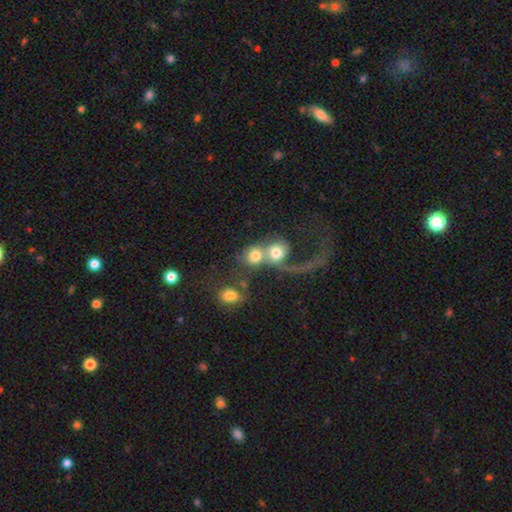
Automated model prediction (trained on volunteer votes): Smooth or featured: smooth — 61% (featured or disk — 27%)
How rounded: round — 79% (in between — 20%)
Merging: merger — 67% (none — 16%)